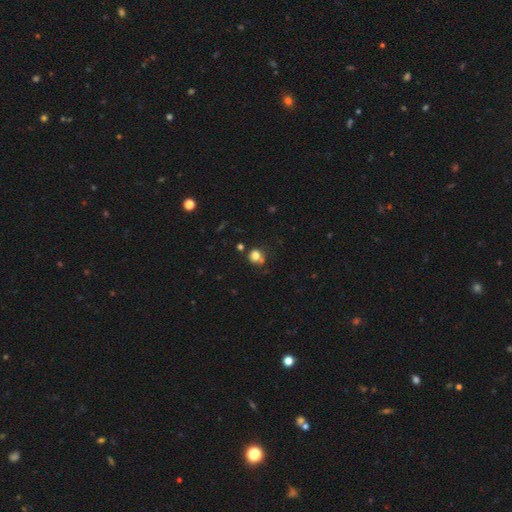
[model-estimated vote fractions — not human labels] Morphology: type=smooth (77%); roundness=round (78%); merging=none (58%).